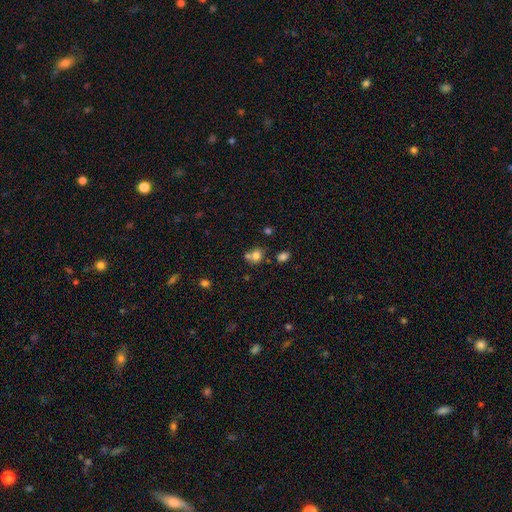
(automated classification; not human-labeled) A smooth galaxy with no disk features (76%) that is round (71%).

Vote fractions:
- Smooth or featured? smooth: 76% / star or artifact: 14% / featured or disk: 10%
- How rounded? round: 71% / in between: 28% / cigar-shaped: 1%
- Merging? none: 48% / merger: 37% / minor disturbance: 11% / major disturbance: 4%